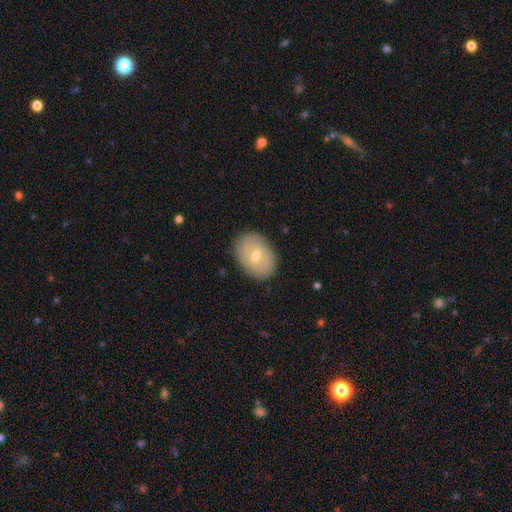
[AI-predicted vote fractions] Smooth or featured?
  - smooth: 55% *
  - featured or disk: 37%
  - star or artifact: 8%
How rounded?
  - in between: 75% *
  - round: 24%
  - cigar-shaped: 1%
Merging?
  - none: 86% *
  - minor disturbance: 10%
  - major disturbance: 3%
  - merger: 1%